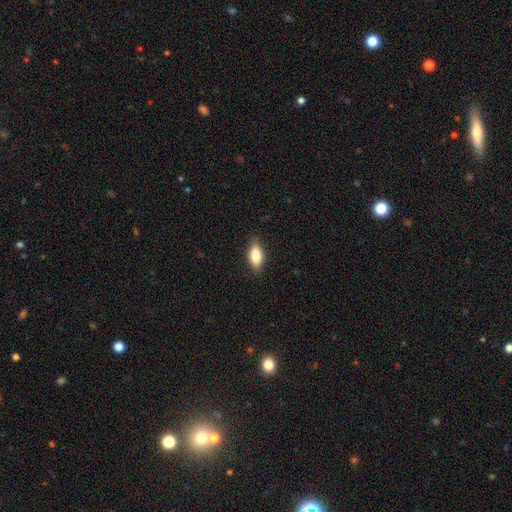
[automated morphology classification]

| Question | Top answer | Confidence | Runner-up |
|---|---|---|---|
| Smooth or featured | smooth | 81% | featured or disk (12%) |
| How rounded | in between | 83% | cigar-shaped (13%) |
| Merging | none | 84% | minor disturbance (12%) |